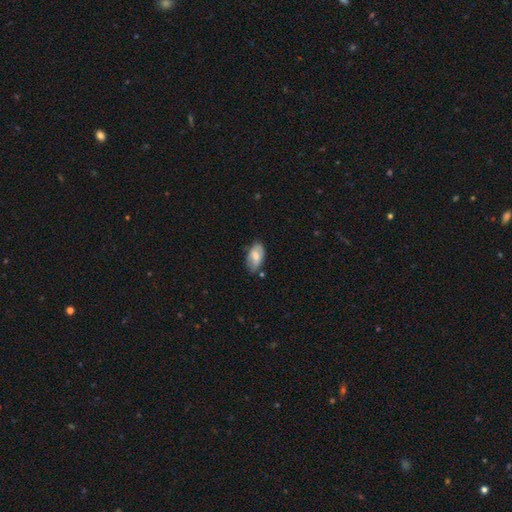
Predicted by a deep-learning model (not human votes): Morphology: type=smooth (65%); roundness=in between (93%); merging=none (65%).